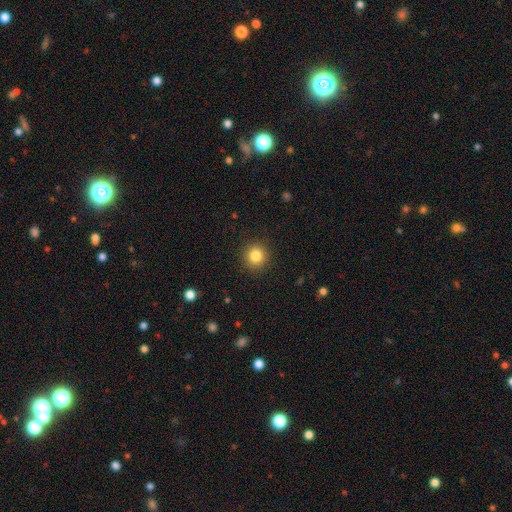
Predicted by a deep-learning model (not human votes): Overall: smooth (84%). How rounded: round (93%). Merging: none (92%).